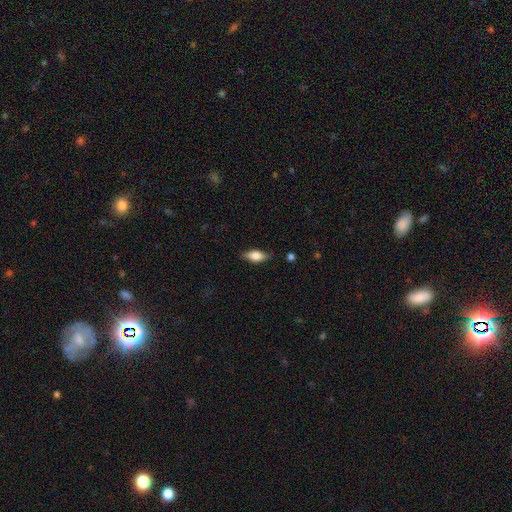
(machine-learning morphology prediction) Smooth or featured? Predicted: smooth (p=0.67). How rounded? Predicted: in between (p=0.81). Merging? Predicted: none (p=0.82).